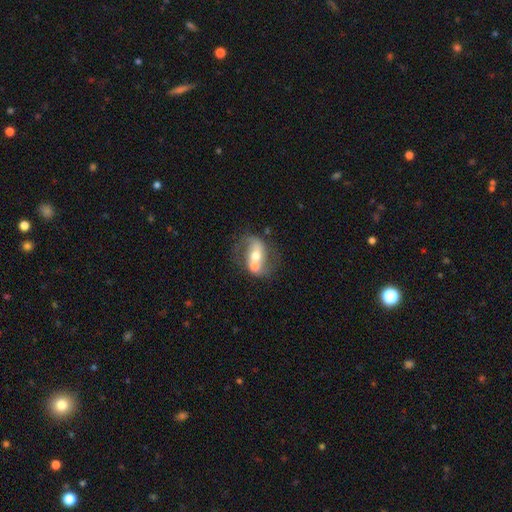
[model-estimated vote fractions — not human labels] featured or disk 62%, smooth 30%, star or artifact 8%. Down the decision tree: edge-on disk — no (96%); bar — no (57%); spiral arms — yes (68%); bulge size — moderate (66%); merging — merger (53%).